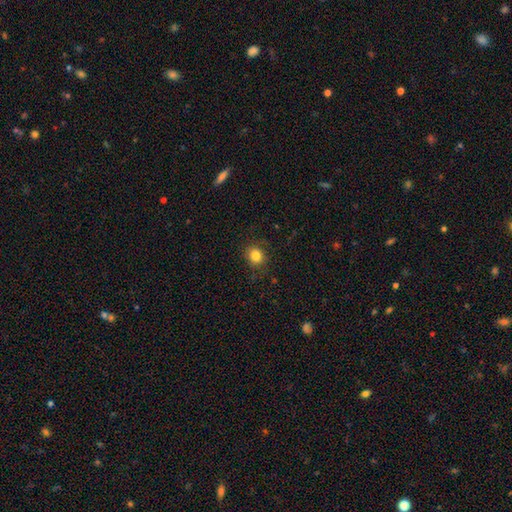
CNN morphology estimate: Smooth or featured?
  - smooth: 83% *
  - star or artifact: 11%
  - featured or disk: 5%
How rounded?
  - round: 82% *
  - in between: 17%
  - cigar-shaped: 1%
Merging?
  - none: 85% *
  - minor disturbance: 11%
  - major disturbance: 3%
  - merger: 1%